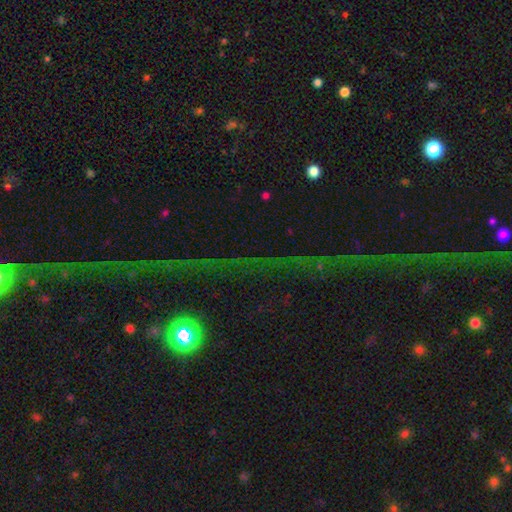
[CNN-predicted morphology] This is likely a star or artifact rather than a galaxy (73%).